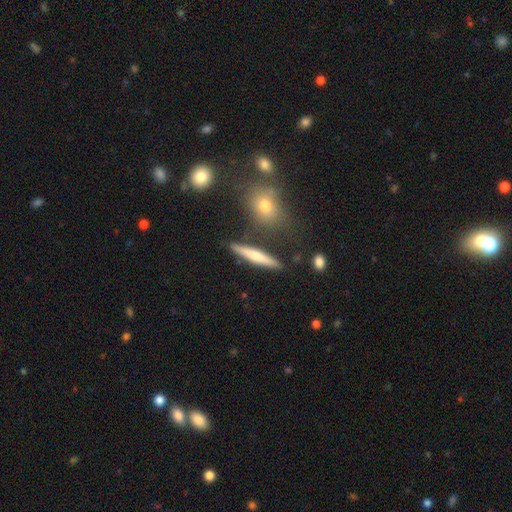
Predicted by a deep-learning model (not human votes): The model was most divided on "smooth or featured": smooth: 54%, featured or disk: 38%, star or artifact: 7%. More confident: how rounded — cigar-shaped (85%); merging — none (82%).